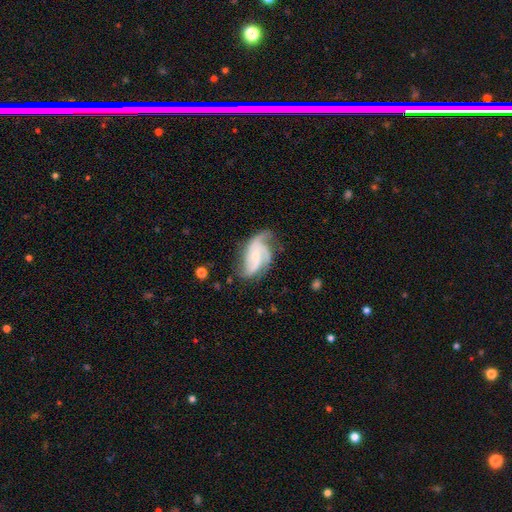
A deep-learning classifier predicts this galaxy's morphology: This appears to be a featured or disk galaxy (84%) with no bar (62%), 3 (58%) medium (49%) spiral arms (96%) and a small central bulge (69%). Merging: none (55%).